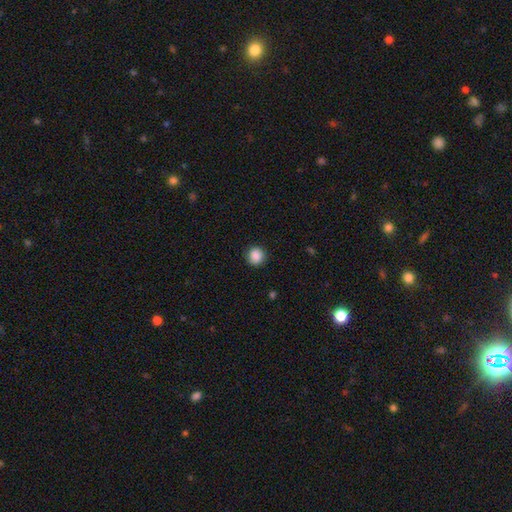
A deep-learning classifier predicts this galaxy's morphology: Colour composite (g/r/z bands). It shows a smooth galaxy with no disk features (88%) that is round (92%). Merging: none (89%).